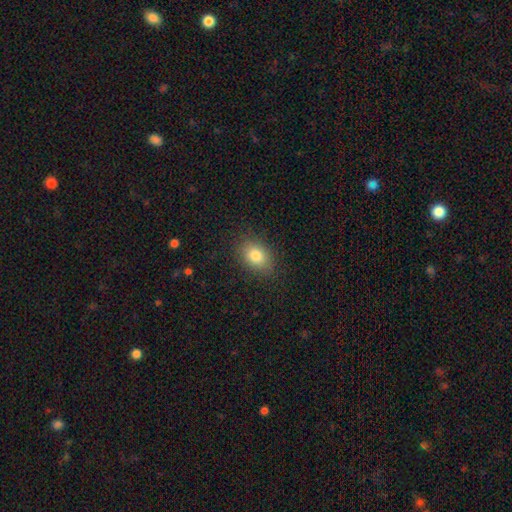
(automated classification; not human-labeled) Smooth or featured?
  - smooth: 81% *
  - star or artifact: 10%
  - featured or disk: 9%
How rounded?
  - in between: 74% *
  - round: 25%
  - cigar-shaped: 1%
Merging?
  - none: 84% *
  - minor disturbance: 11%
  - major disturbance: 3%
  - merger: 1%